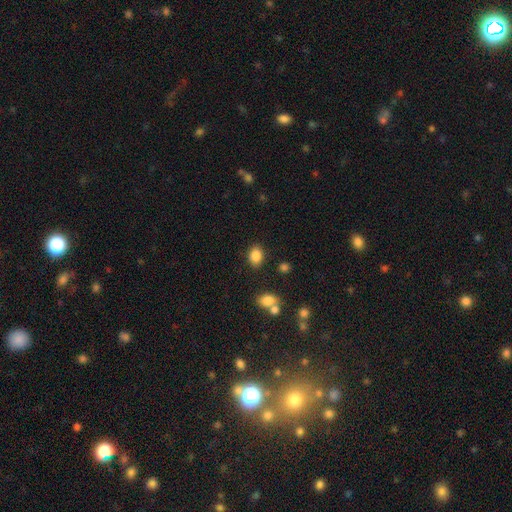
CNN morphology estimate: smooth-or-featured: smooth: 86% | star or artifact: 9% | featured or disk: 5%
  how-rounded: in between: 70% | round: 29% | cigar-shaped: 1%
  merging: none: 84% | minor disturbance: 9% | merger: 3% | major disturbance: 3%